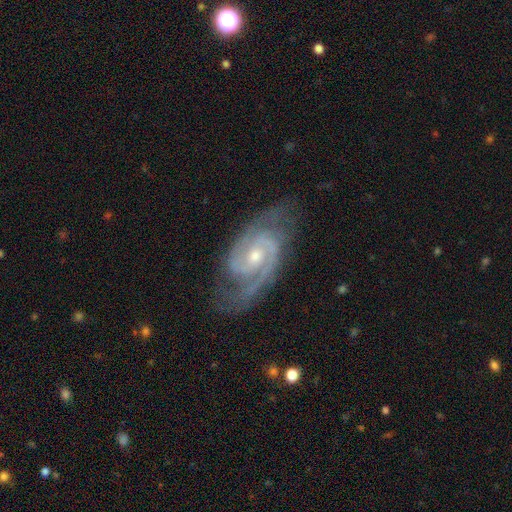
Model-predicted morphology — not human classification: Q: Smooth or featured?
A: featured or disk (92%); runner-up: star or artifact (4%)
Q: Edge-on disk?
A: no (97%); runner-up: yes (3%)
Q: Bar?
A: no (54%); runner-up: weak (37%)
Q: Spiral arms?
A: yes (98%); runner-up: no (2%)
Q: Spiral winding?
A: tight (51%); runner-up: medium (42%)
Q: Spiral arm count?
A: 2 (76%); runner-up: 3 (12%)
Q: Bulge size?
A: moderate (49%); runner-up: small (48%)
Q: Merging?
A: none (73%); runner-up: minor disturbance (19%)